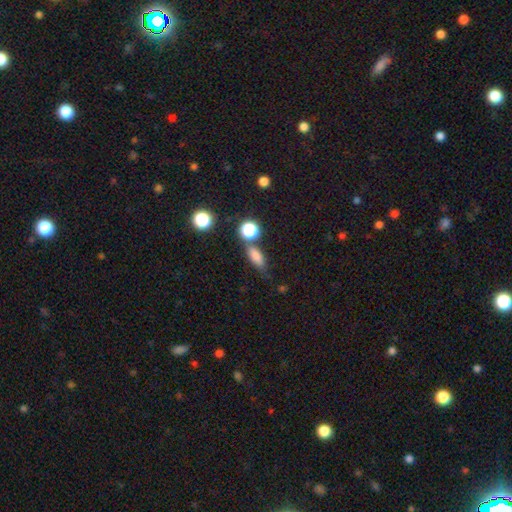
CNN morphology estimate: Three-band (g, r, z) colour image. It shows a smooth galaxy with no disk features (78%) that is in between round and cigar-shaped (65%). Merging: none (62%).